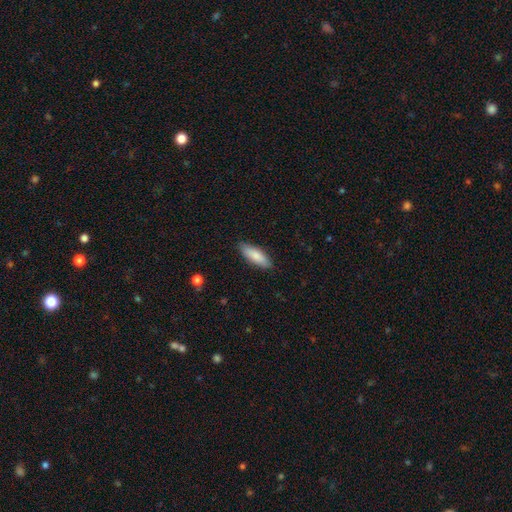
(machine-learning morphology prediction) type=smooth (85%); roundness=in between (59%); merging=none (87%).